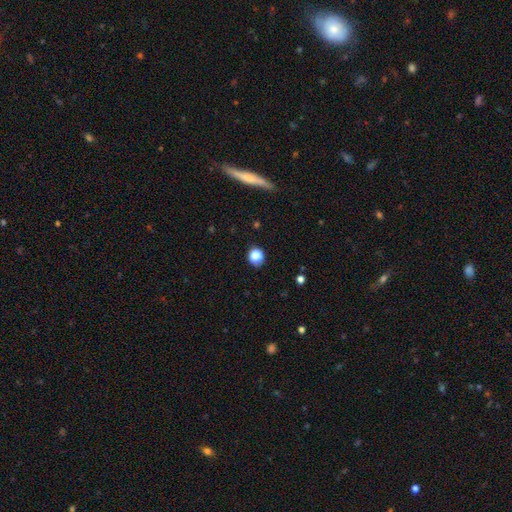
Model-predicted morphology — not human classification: Smooth or featured: smooth — 85% (star or artifact — 10%)
How rounded: round — 86% (in between — 13%)
Merging: none — 80% (minor disturbance — 15%)